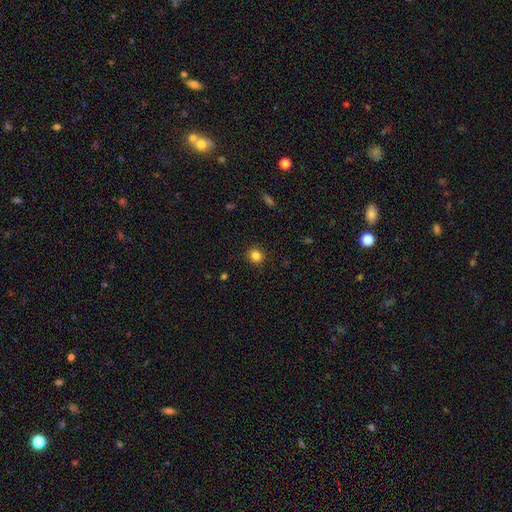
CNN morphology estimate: The model was most divided on "smooth or featured": smooth: 83%, star or artifact: 13%, featured or disk: 4%. More confident: merging — none (91%); how rounded — round (87%).